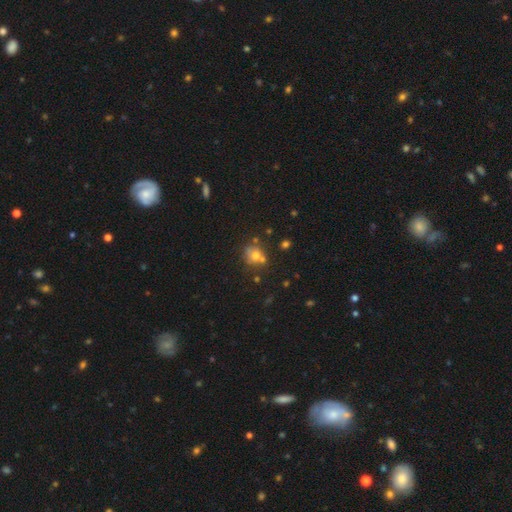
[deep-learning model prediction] Smooth or featured?
  - smooth: 63% *
  - featured or disk: 20%
  - star or artifact: 17%
How rounded?
  - round: 73% *
  - in between: 26%
  - cigar-shaped: 1%
Merging?
  - none: 52% *
  - merger: 25%
  - minor disturbance: 16%
  - major disturbance: 7%